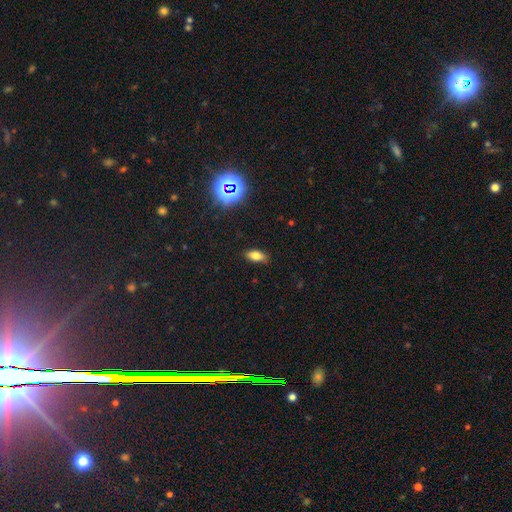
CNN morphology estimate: smooth-or-featured: smooth: 74% | star or artifact: 14% | featured or disk: 12%
  how-rounded: in between: 85% | cigar-shaped: 11% | round: 4%
  merging: none: 85% | minor disturbance: 11% | major disturbance: 2% | merger: 1%